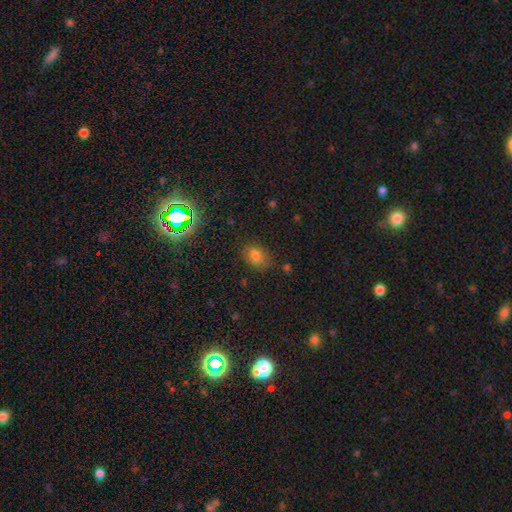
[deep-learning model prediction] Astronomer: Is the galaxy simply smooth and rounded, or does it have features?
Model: smooth — 74%.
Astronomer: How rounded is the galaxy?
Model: in between — 73%.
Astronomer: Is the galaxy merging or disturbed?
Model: none — 76%.